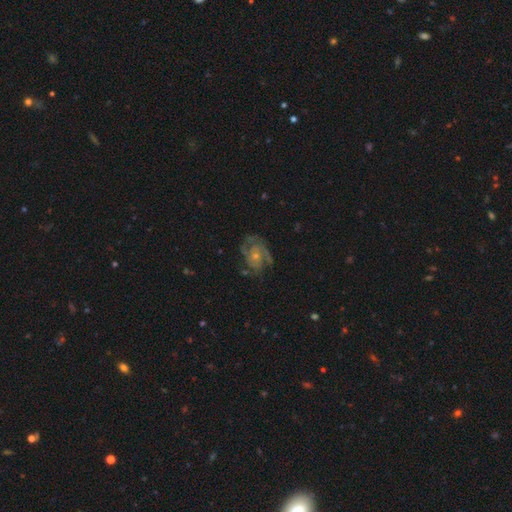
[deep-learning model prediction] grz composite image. It shows a featured or disk galaxy (79%) with no bar (77%), 2 (35%) medium (46%) spiral arms (90%) and a small central bulge (67%). Merging: none (60%).